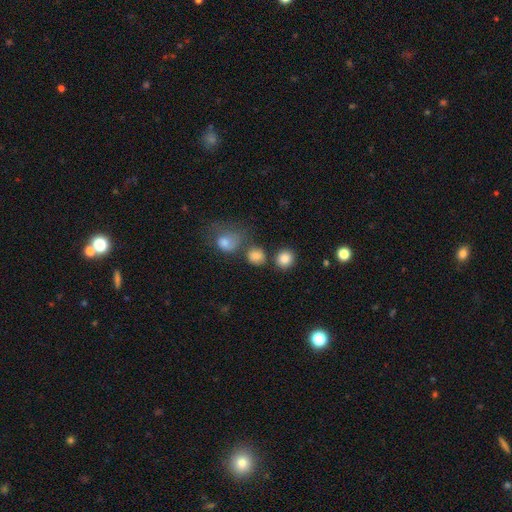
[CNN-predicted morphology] A smooth galaxy with no disk features (83%) that is round (76%). Merging: none (63%).